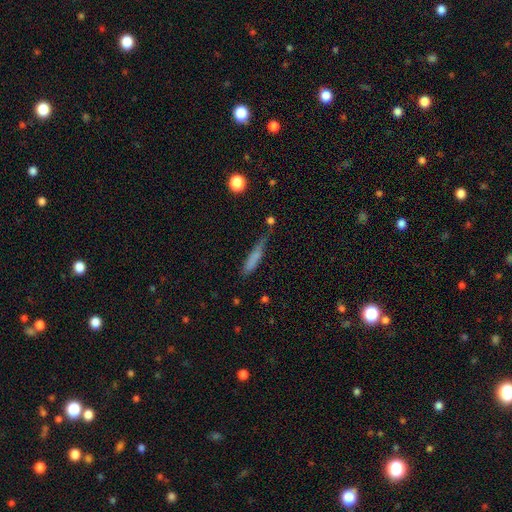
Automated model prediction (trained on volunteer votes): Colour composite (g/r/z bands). It shows a smooth galaxy with no disk features (69%) that is cigar-shaped (88%). Merging: none (54%).